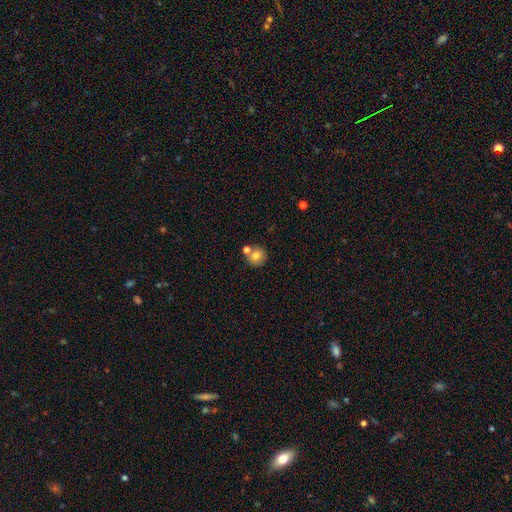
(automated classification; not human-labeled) Smooth or featured? Predicted: smooth (p=0.79). How rounded? Predicted: round (p=0.89). Merging? Predicted: none (p=0.64).